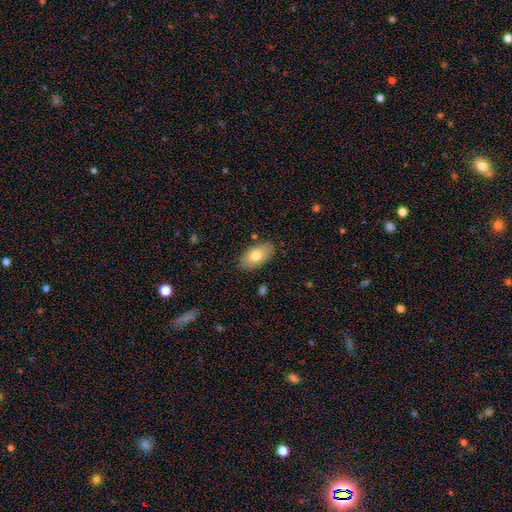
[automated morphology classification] A smooth galaxy with no disk features (73%) that is in between round and cigar-shaped (94%). Merging: none (84%).